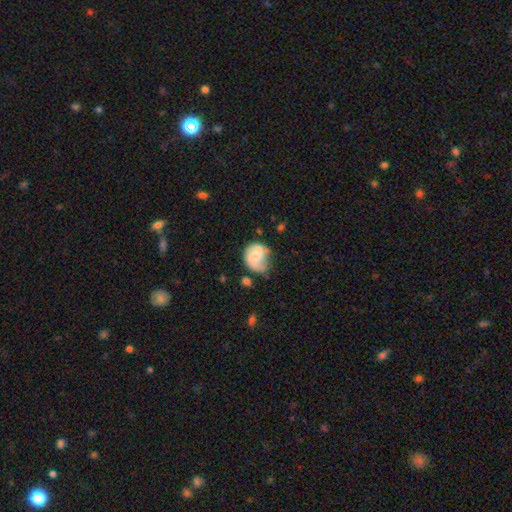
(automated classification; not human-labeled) A featured or disk galaxy (49%). Merging: none (36%, tied with minor disturbance).